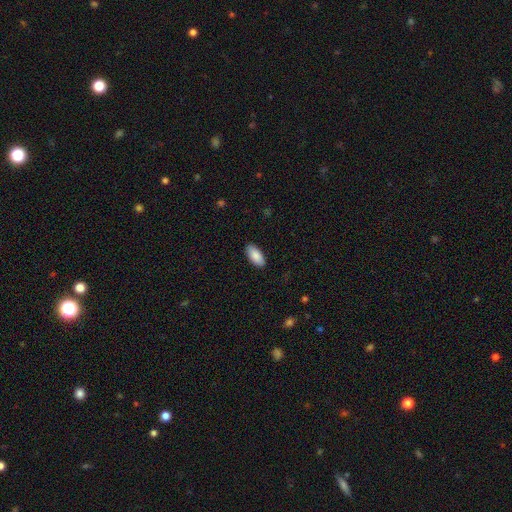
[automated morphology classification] type=smooth (89%); roundness=in between (92%); merging=none (89%).